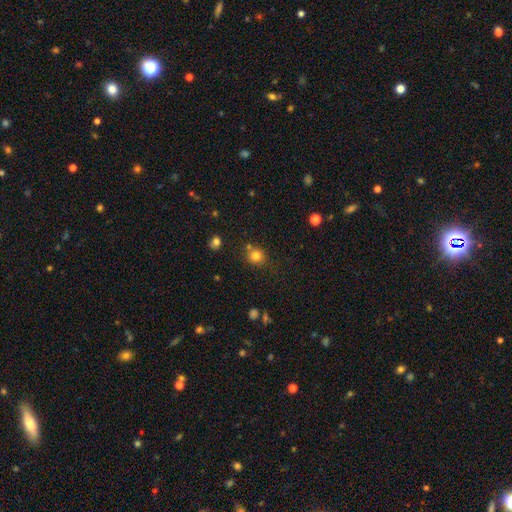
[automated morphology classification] Smooth or featured?
  - smooth: 79% *
  - star or artifact: 14%
  - featured or disk: 7%
How rounded?
  - round: 85% *
  - in between: 15%
  - cigar-shaped: 1%
Merging?
  - none: 70% *
  - merger: 13%
  - minor disturbance: 12%
  - major disturbance: 4%